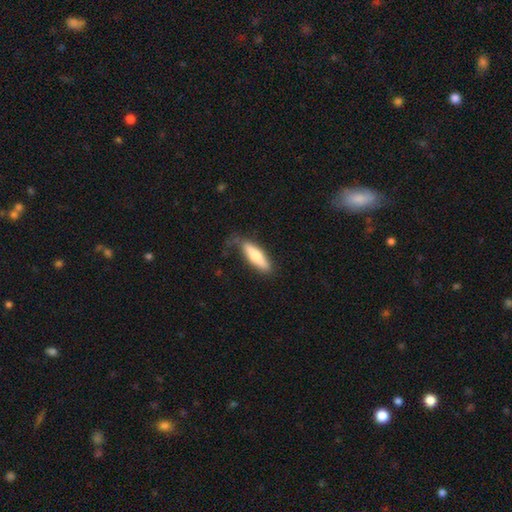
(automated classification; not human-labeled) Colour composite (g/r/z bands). It shows a smooth galaxy with no disk features (65%) that is cigar-shaped (59%). Merging: none (71%).